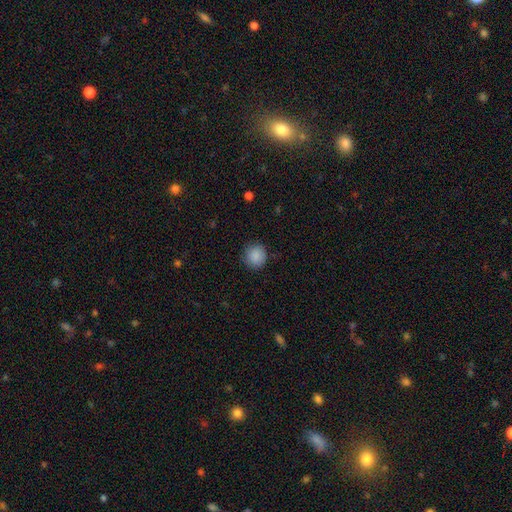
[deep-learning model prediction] smooth-or-featured: smooth: 88% | star or artifact: 8% | featured or disk: 4%
  how-rounded: round: 91% | in between: 8% | cigar-shaped: 1%
  merging: none: 86% | minor disturbance: 10% | major disturbance: 3% | merger: 1%